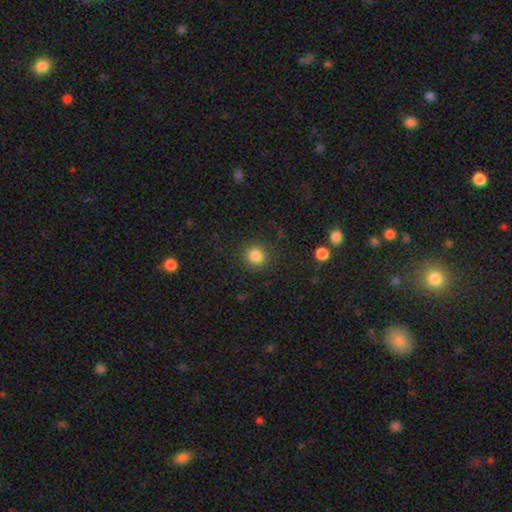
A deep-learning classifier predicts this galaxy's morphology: smooth_or_featured: smooth (p=0.84) [alt: star or artifact p=0.11]
how_rounded: round (p=0.91) [alt: in between p=0.08]
merging: none (p=0.87) [alt: minor disturbance p=0.08]